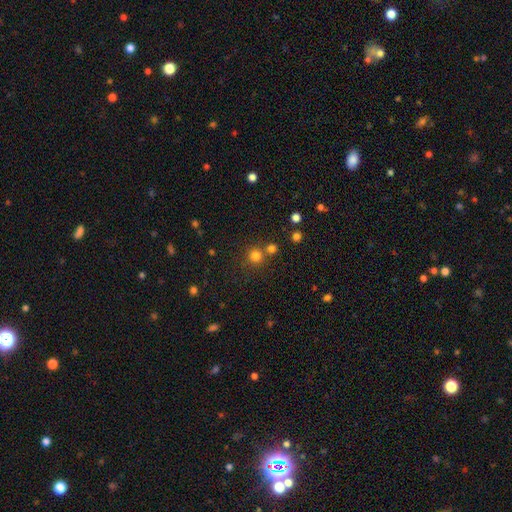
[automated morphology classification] This appears to be a smooth galaxy with no disk features (77%) that is round (92%). Merging: none (68%).